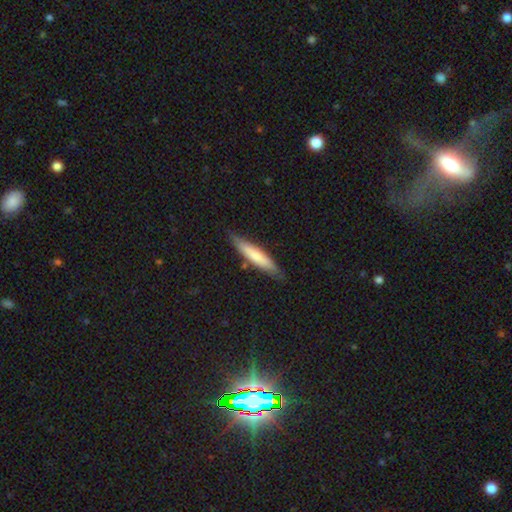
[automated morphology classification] Smooth or featured? smooth (66%)
How rounded? cigar-shaped (85%)
Merging? none (81%)